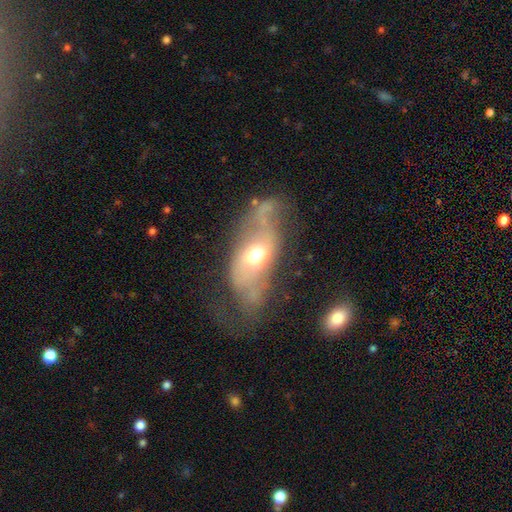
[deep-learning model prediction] smooth_or_featured: featured or disk (p=0.64) [alt: smooth p=0.28]
disk_edge_on: no (p=0.89) [alt: yes p=0.11]
bar: no (p=0.61) [alt: weak p=0.30]
has_spiral_arms: yes (p=0.64) [alt: no p=0.36]
bulge_size: moderate (p=0.64) [alt: small p=0.24]
merging: major disturbance (p=0.37) [alt: none p=0.33]